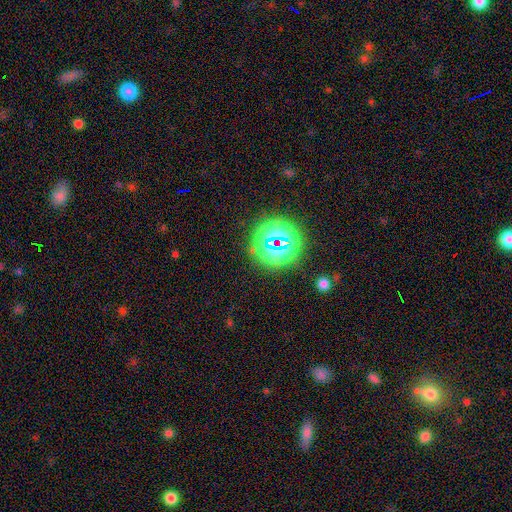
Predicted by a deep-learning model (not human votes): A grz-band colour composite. It shows a star or artifact, not a galaxy (72%).